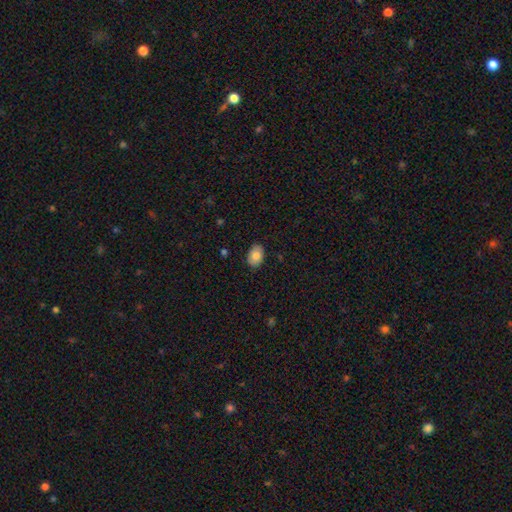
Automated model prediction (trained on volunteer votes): smooth 83%, featured or disk 10%, star or artifact 7%. Down the decision tree: how rounded — in between (85%); merging — none (86%).